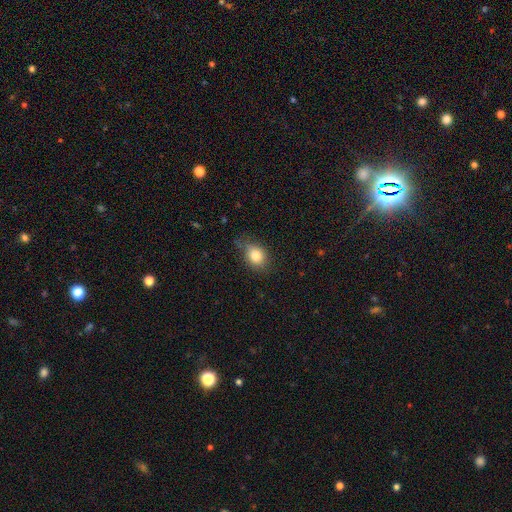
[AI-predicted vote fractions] smooth_or_featured: smooth (p=0.80) [alt: star or artifact p=0.10]
how_rounded: round (p=0.54) [alt: in between p=0.45]
merging: none (p=0.67) [alt: minor disturbance p=0.25]